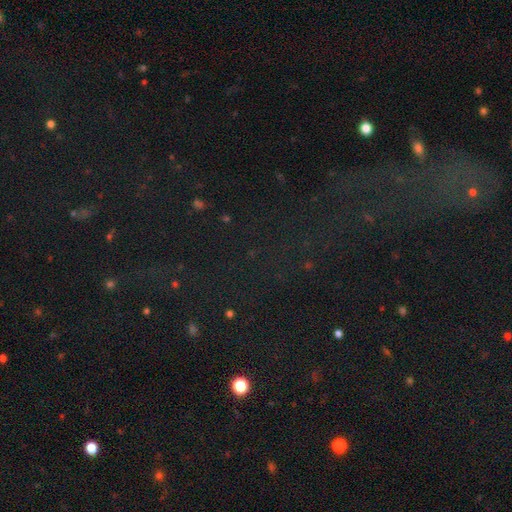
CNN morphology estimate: A star or artifact, not a galaxy (71%).

Vote fractions:
- Smooth or featured? star or artifact: 71% / smooth: 16% / featured or disk: 13%